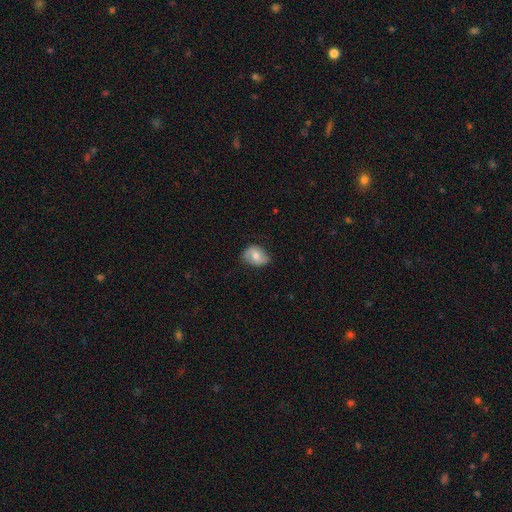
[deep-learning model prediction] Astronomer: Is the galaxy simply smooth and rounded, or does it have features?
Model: smooth — 59%.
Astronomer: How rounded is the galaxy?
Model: in between — 70%.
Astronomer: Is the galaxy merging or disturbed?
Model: none — 69%.